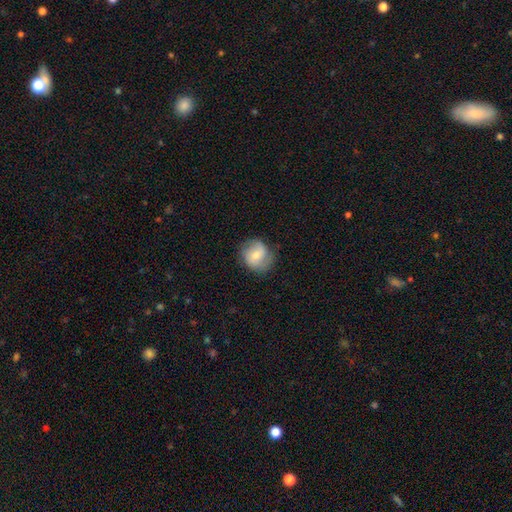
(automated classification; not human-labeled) This is possibly a smooth galaxy (53%). How rounded: clearly round (80%). Merging: likely none (75%).